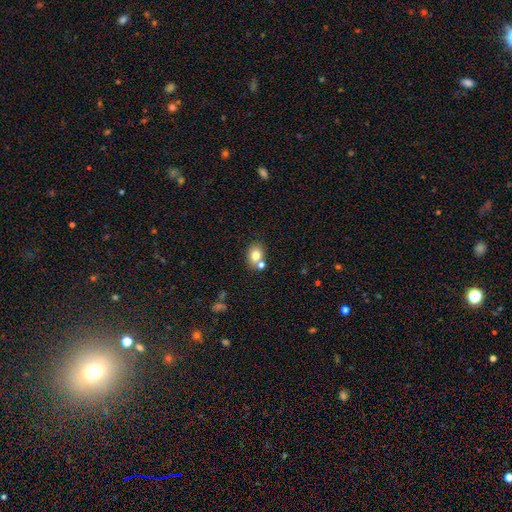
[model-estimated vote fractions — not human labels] smooth 77%, featured or disk 12%, star or artifact 11%. Down the decision tree: how rounded — in between (55%); merging — none (58%).